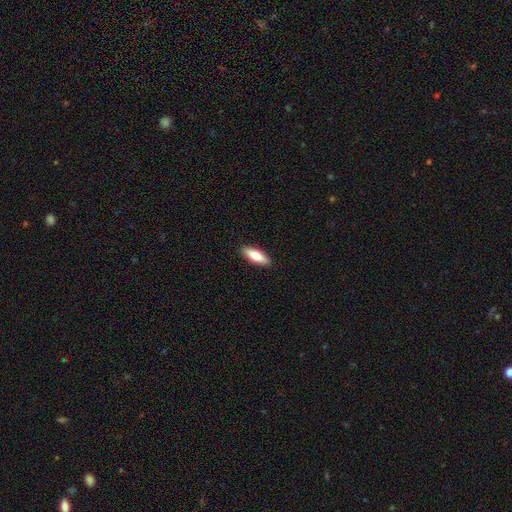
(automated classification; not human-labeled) smooth 76%, featured or disk 18%, star or artifact 6%. Down the decision tree: how rounded — in between (56%); merging — none (90%).